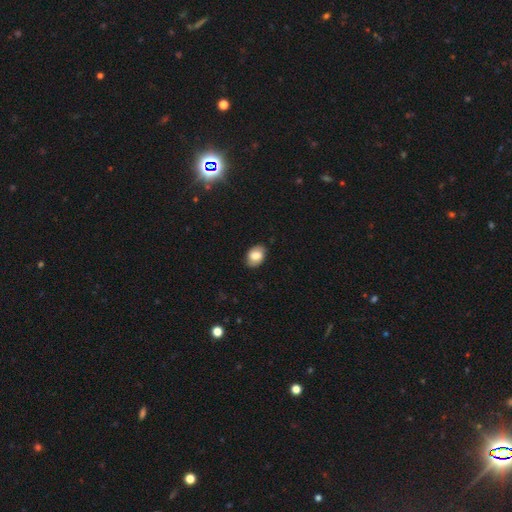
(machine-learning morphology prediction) smooth-or-featured: smooth: 76% | featured or disk: 16% | star or artifact: 8%
  how-rounded: in between: 79% | round: 20% | cigar-shaped: 1%
  merging: none: 82% | minor disturbance: 14% | major disturbance: 3% | merger: 1%